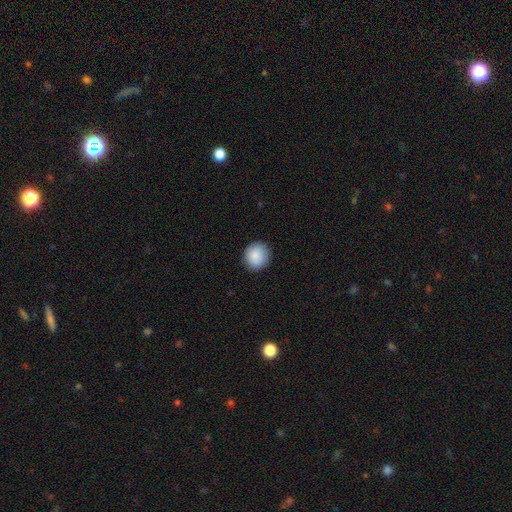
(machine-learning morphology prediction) Smooth or featured?
  - smooth: 87% *
  - star or artifact: 7%
  - featured or disk: 6%
How rounded?
  - round: 87% *
  - in between: 12%
  - cigar-shaped: 1%
Merging?
  - none: 88% *
  - minor disturbance: 9%
  - major disturbance: 2%
  - merger: 1%